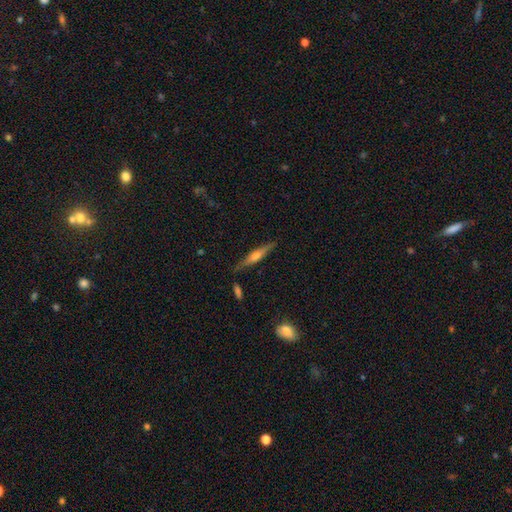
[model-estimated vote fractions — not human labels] Smooth or featured?
  - featured or disk: 71% *
  - smooth: 22%
  - star or artifact: 7%
Edge-on disk?
  - yes: 97% *
  - no: 3%
Edge-on bulge?
  - rounded: 80% *
  - boxy: 14%
  - none: 7%
Merging?
  - none: 87% *
  - minor disturbance: 9%
  - major disturbance: 2%
  - merger: 2%